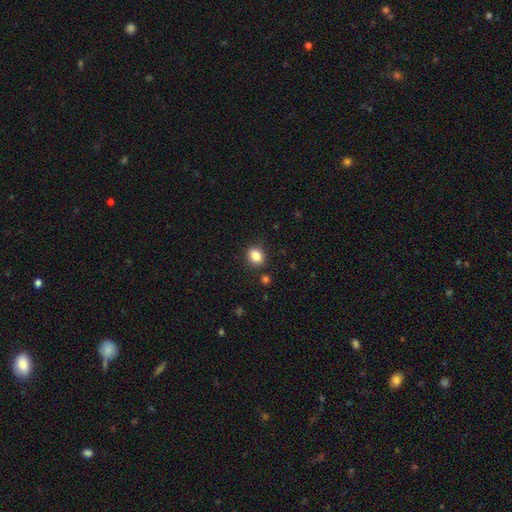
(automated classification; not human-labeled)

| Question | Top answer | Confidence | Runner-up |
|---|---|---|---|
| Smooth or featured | smooth | 85% | star or artifact (10%) |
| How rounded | round | 53% | in between (46%) |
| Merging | none | 86% | minor disturbance (9%) |